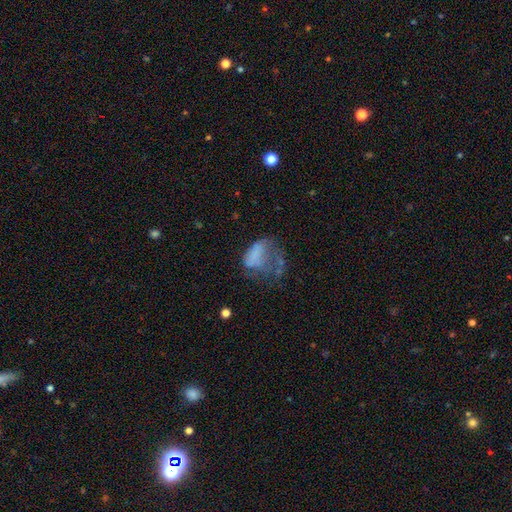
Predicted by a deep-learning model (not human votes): Smooth or featured? smooth (50%)
Merging? major disturbance (54%)